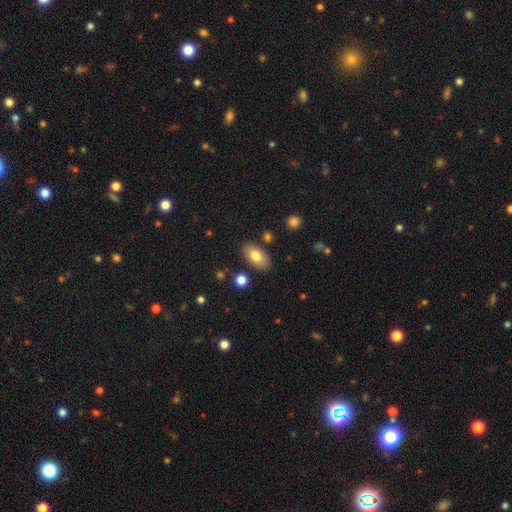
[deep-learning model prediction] The model was most divided on "smooth or featured": smooth: 79%, featured or disk: 14%, star or artifact: 7%. More confident: how rounded — in between (93%); merging — none (84%).